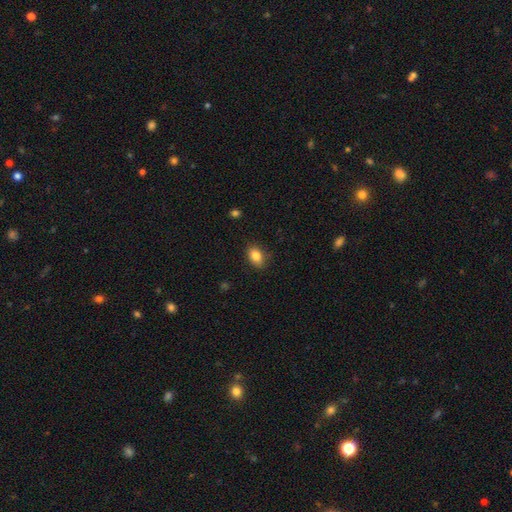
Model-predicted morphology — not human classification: The model was most divided on "how rounded": in between: 82%, round: 16%, cigar-shaped: 2%. More confident: merging — none (84%); smooth or featured — smooth (84%).